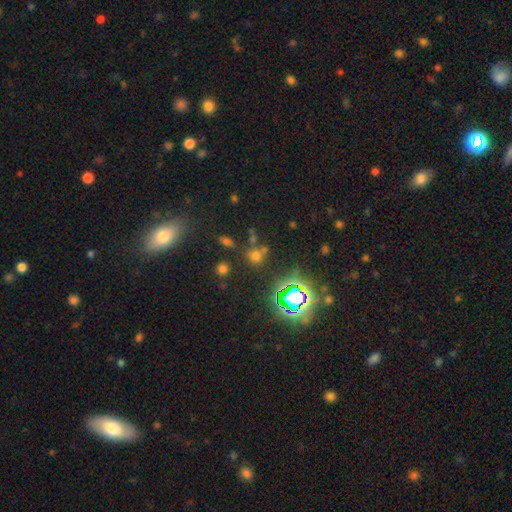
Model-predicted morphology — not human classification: smooth 54%, star or artifact 37%, featured or disk 9%. Down the decision tree: how rounded — round (78%); merging — none (66%).